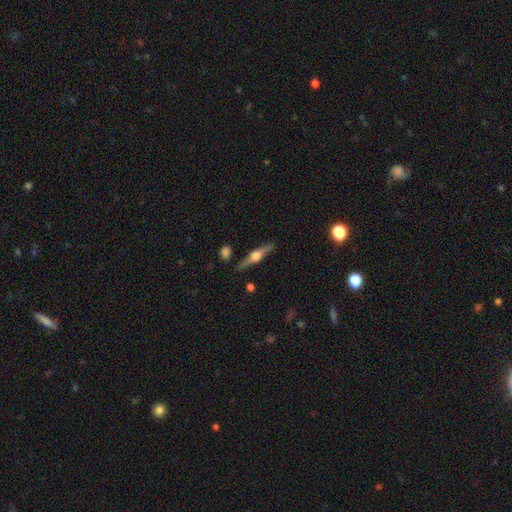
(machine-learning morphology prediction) Smooth or featured? featured or disk (76%)
Edge-on disk? yes (98%)
Edge-on bulge? rounded (93%)
Merging? none (87%)